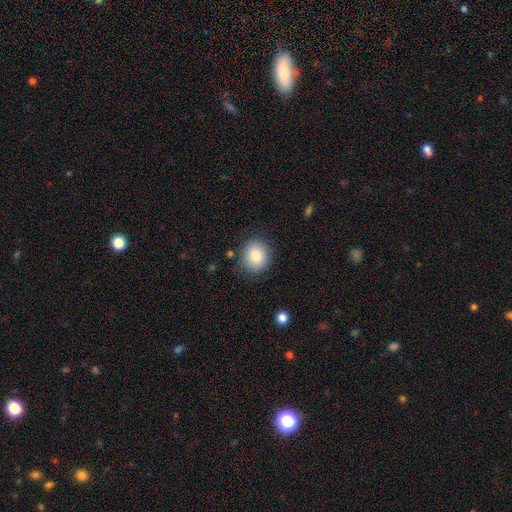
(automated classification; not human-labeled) Smooth or featured: smooth — 84% (star or artifact — 9%)
How rounded: round — 77% (in between — 22%)
Merging: none — 86% (minor disturbance — 10%)